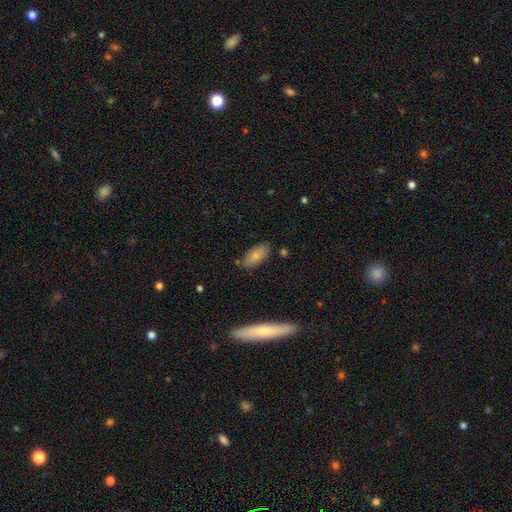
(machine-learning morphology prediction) Smooth or featured? Predicted: smooth (p=0.80). How rounded? Predicted: in between (p=0.88). Merging? Predicted: none (p=0.79).